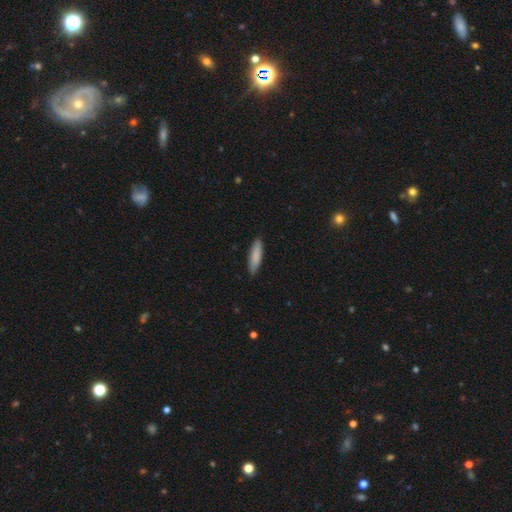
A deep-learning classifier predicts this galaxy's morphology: A smooth galaxy with no disk features (86%) that is cigar-shaped (67%).

Vote fractions:
- Smooth or featured? smooth: 86% / featured or disk: 9% / star or artifact: 5%
- How rounded? cigar-shaped: 67% / in between: 31% / round: 1%
- Merging? none: 88% / minor disturbance: 10% / major disturbance: 2% / merger: 1%